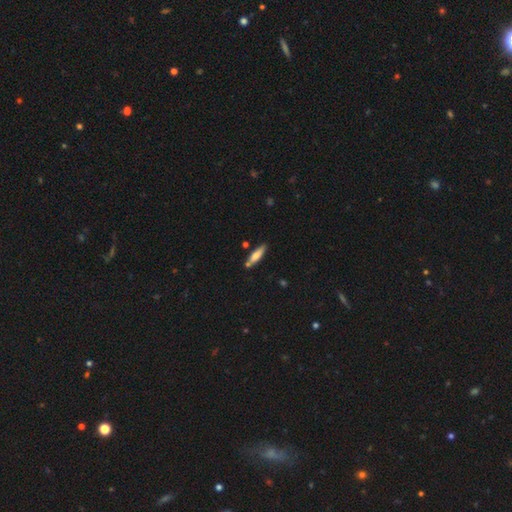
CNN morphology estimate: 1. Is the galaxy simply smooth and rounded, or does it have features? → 68% smooth, 26% featured or disk, 6% star or artifact.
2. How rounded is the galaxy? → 74% cigar-shaped, 25% in between, 2% round.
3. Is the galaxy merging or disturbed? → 75% none, 14% minor disturbance, 8% merger, 3% major disturbance.